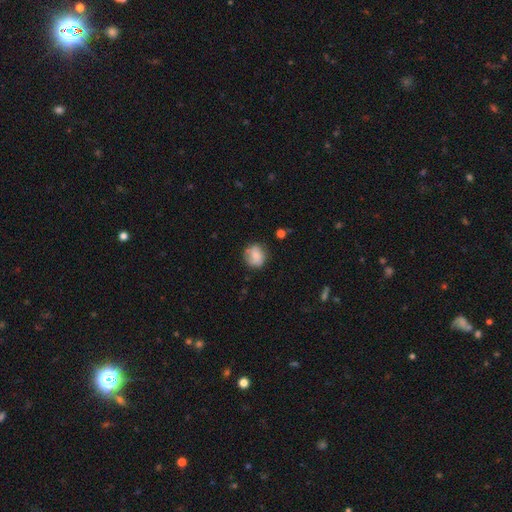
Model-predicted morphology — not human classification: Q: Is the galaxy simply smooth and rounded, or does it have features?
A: smooth — 73%.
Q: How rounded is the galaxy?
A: round — 78%.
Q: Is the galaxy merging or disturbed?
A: none — 69%.